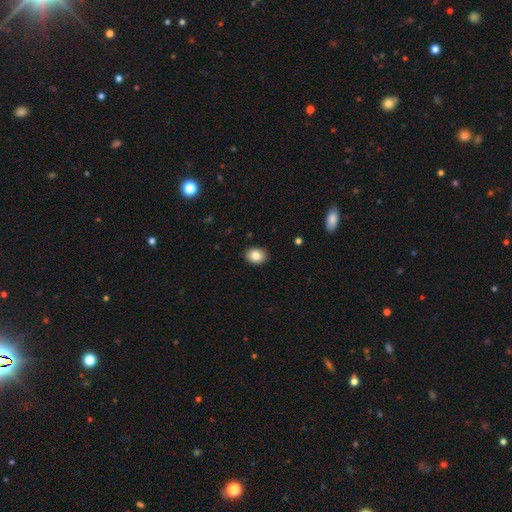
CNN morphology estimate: Overall: smooth (84%). How rounded: in between (54%; round 45%). Merging: none (90%).